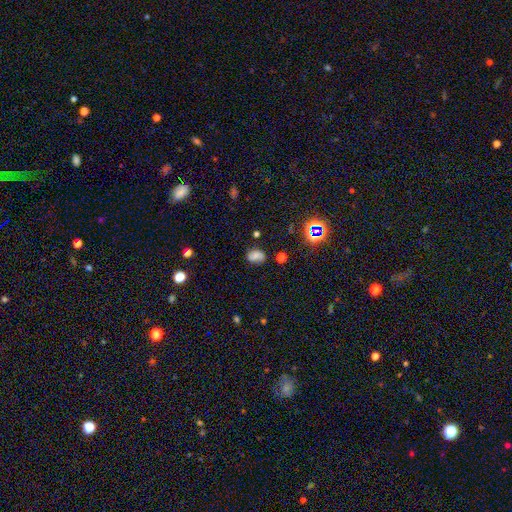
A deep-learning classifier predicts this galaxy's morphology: This is likely a smooth galaxy (61%). How rounded: likely in between (72%). Merging: likely none (66%).